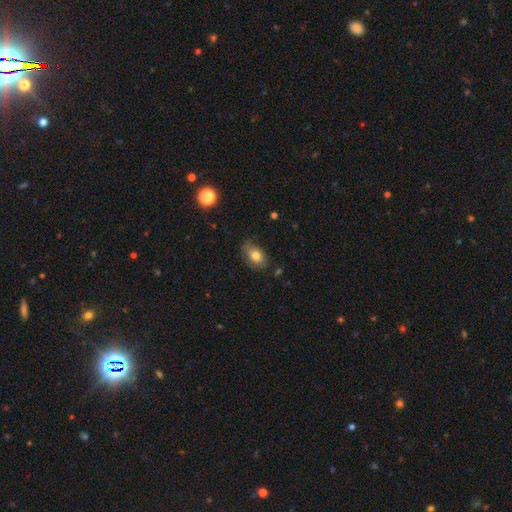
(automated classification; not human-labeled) smooth 78%, featured or disk 14%, star or artifact 8%. Down the decision tree: how rounded — in between (85%); merging — none (68%).